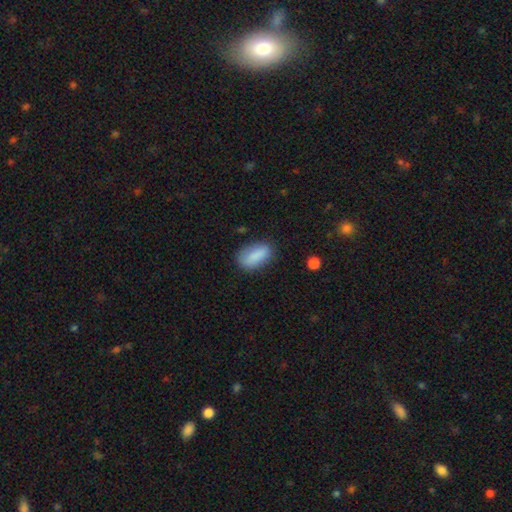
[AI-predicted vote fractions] Morphology: type=smooth (86%); roundness=in between (90%); merging=none (76%).